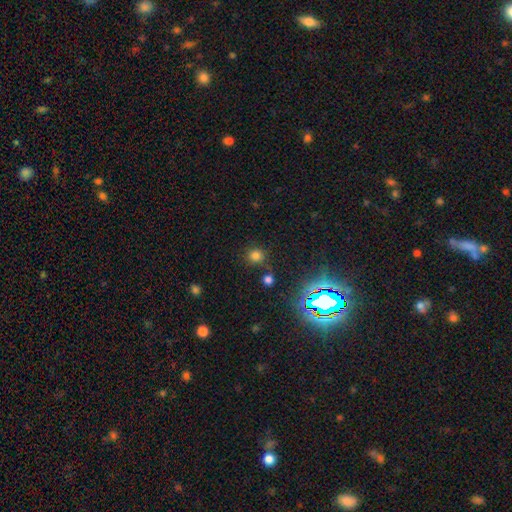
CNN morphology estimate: Smooth or featured: smooth — 72% (star or artifact — 23%)
How rounded: round — 87% (in between — 12%)
Merging: none — 76% (merger — 10%)